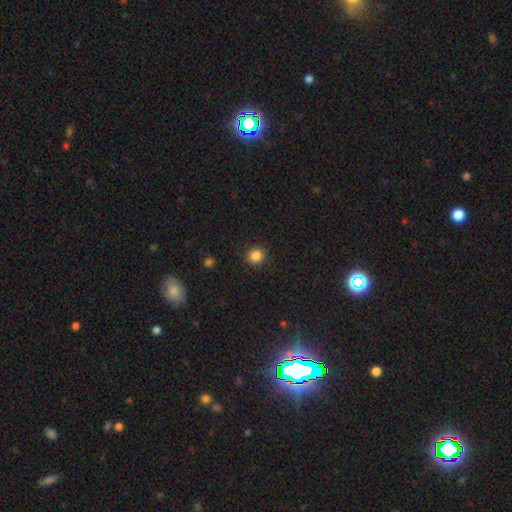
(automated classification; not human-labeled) Smooth or featured: smooth — 85% (star or artifact — 11%)
How rounded: round — 91% (in between — 8%)
Merging: none — 91% (minor disturbance — 6%)